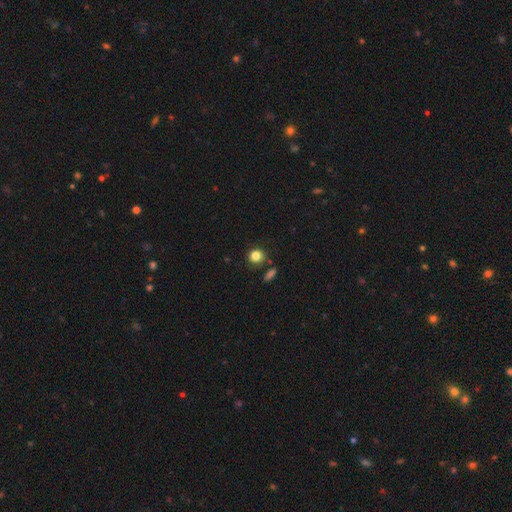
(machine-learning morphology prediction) The model was most divided on "merging": none: 80%, minor disturbance: 11%, merger: 6%, major disturbance: 3%. More confident: how rounded — round (84%); smooth or featured — smooth (83%).